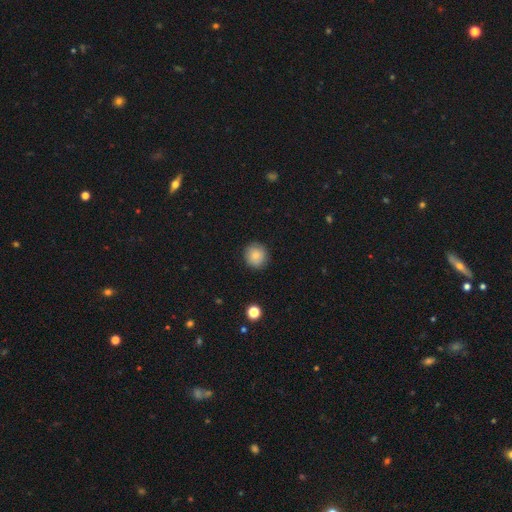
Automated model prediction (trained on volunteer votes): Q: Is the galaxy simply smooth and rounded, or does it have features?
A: smooth — 83%.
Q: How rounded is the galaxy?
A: round — 92%.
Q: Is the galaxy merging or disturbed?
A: none — 89%.